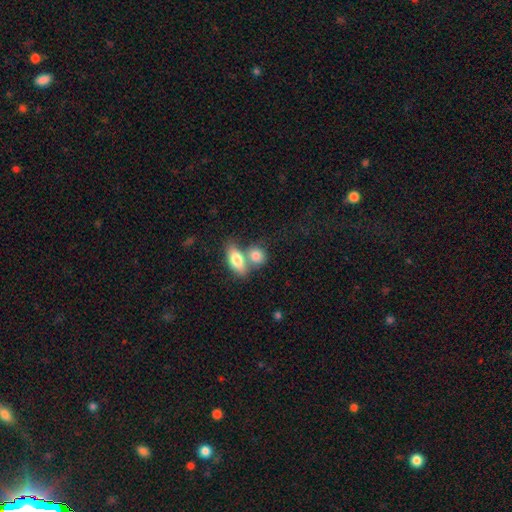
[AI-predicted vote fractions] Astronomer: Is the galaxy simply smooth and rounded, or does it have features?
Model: smooth — 81%.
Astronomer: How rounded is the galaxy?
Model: in between — 61%.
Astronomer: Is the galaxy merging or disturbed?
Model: merger — 54% (runner-up: none, 33%).